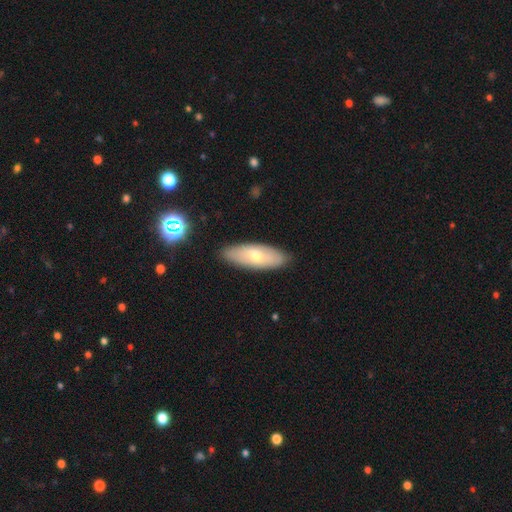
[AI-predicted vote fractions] smooth_or_featured: smooth (p=0.59) [alt: featured or disk p=0.34]
how_rounded: in between (p=0.73) [alt: cigar-shaped p=0.25]
merging: none (p=0.86) [alt: minor disturbance p=0.10]